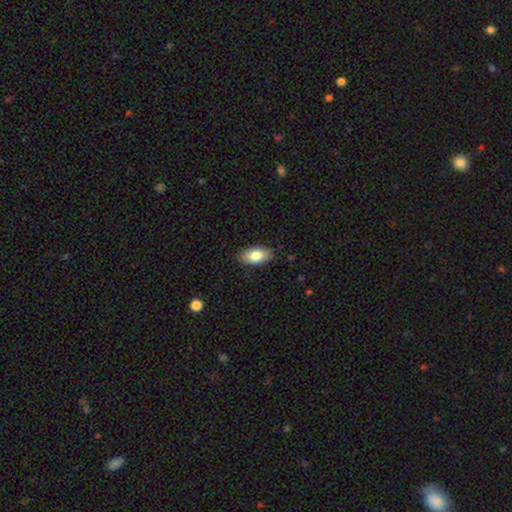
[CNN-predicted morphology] This appears to be a smooth galaxy with no disk features (80%) that is in between round and cigar-shaped (92%). Merging: none (86%).